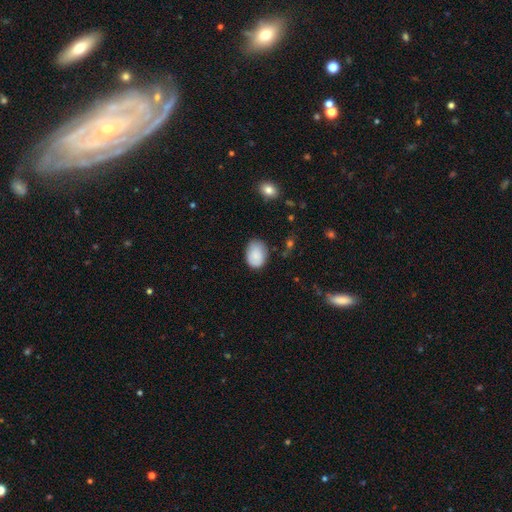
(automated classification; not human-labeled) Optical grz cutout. It shows a smooth galaxy with no disk features (84%) that is in between round and cigar-shaped (74%). Merging: none (71%).